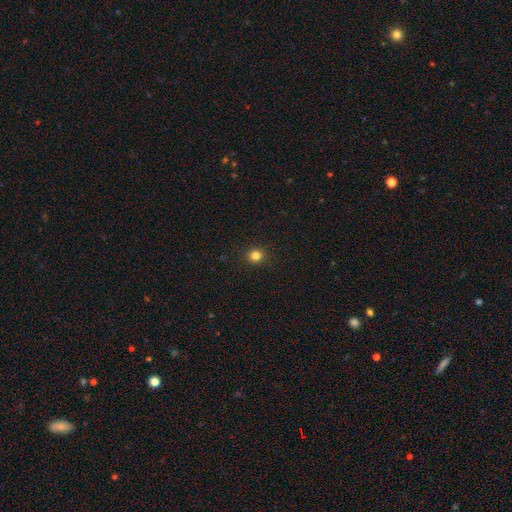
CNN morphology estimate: Smooth or featured: smooth — 83% (star or artifact — 13%)
How rounded: round — 86% (in between — 13%)
Merging: none — 91% (minor disturbance — 6%)